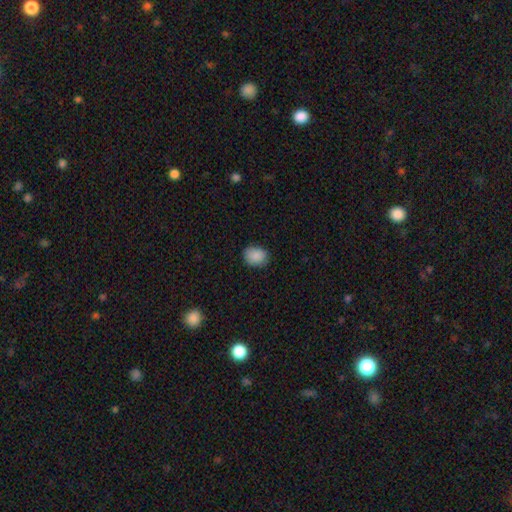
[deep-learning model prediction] This is clearly a smooth galaxy (89%). How rounded: possibly round (51%). Merging: clearly none (85%).